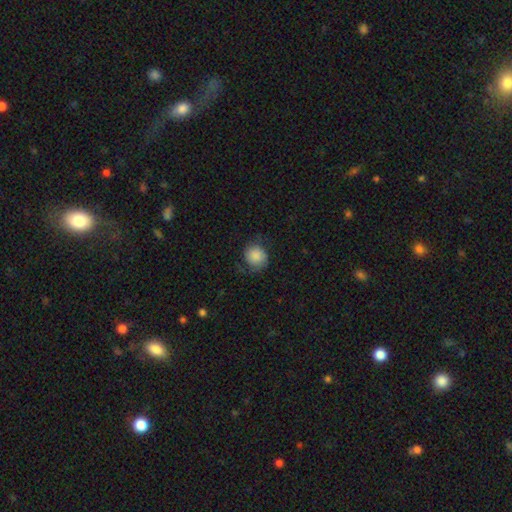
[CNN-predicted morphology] Q: Smooth or featured?
A: smooth (75%); runner-up: featured or disk (17%)
Q: How rounded?
A: round (82%); runner-up: in between (17%)
Q: Merging?
A: none (64%); runner-up: minor disturbance (22%)